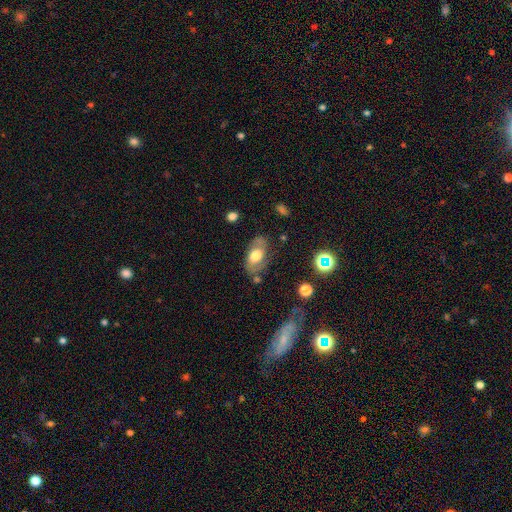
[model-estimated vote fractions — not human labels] Morphology: type=smooth (49%); merging=none (66%).